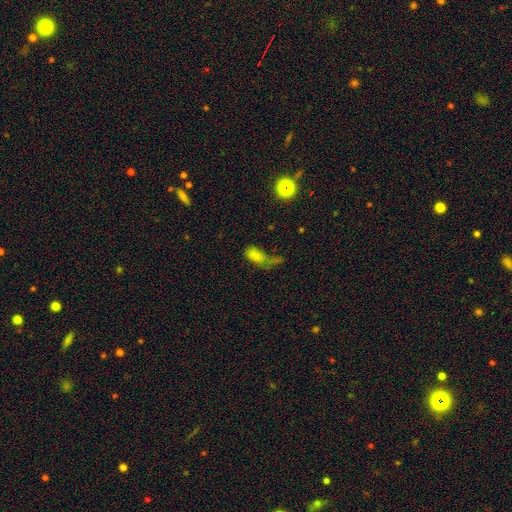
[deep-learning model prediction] Smooth or featured? Predicted: smooth (p=0.73). How rounded? Predicted: in between (p=0.89). Merging? Predicted: none (p=0.31).